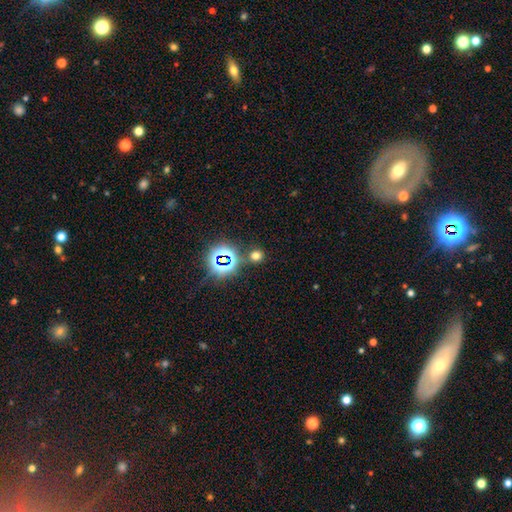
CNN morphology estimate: This appears to be a smooth galaxy with no disk features (63%) that is round (87%). Merging: none (82%).